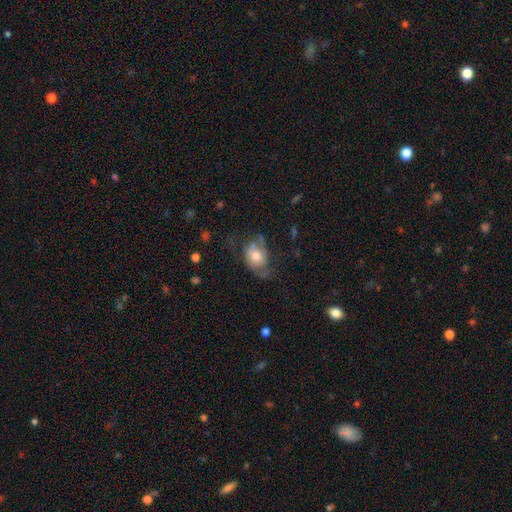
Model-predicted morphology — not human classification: This is possibly a smooth galaxy (46%, tied with featured or disk). Merging: marginally none (42%).